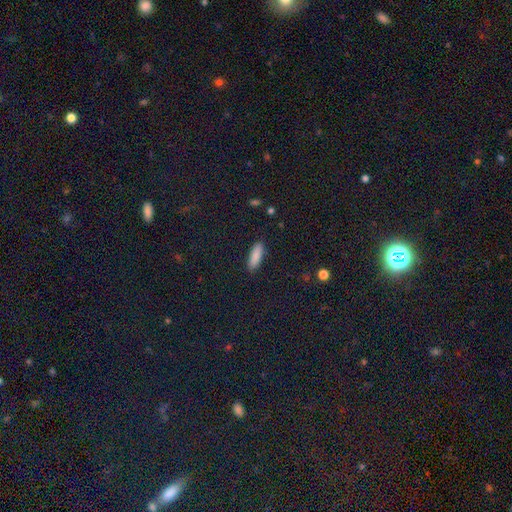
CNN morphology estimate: Smooth or featured?
  - smooth: 86% *
  - star or artifact: 8%
  - featured or disk: 6%
How rounded?
  - cigar-shaped: 50% *
  - in between: 48%
  - round: 2%
Merging?
  - none: 89% *
  - minor disturbance: 8%
  - major disturbance: 2%
  - merger: 1%